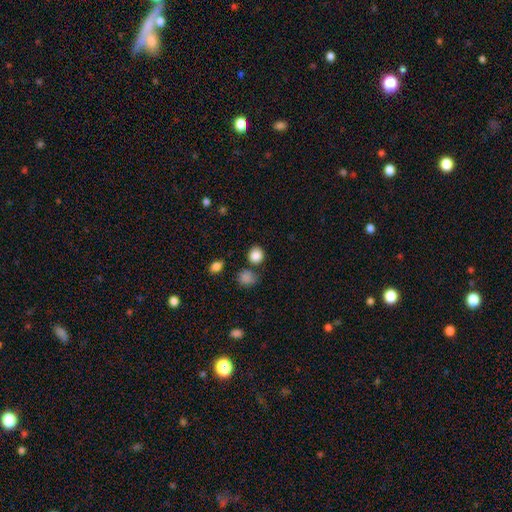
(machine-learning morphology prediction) This is clearly a smooth galaxy (86%). How rounded: clearly round (85%). Merging: likely none (76%).